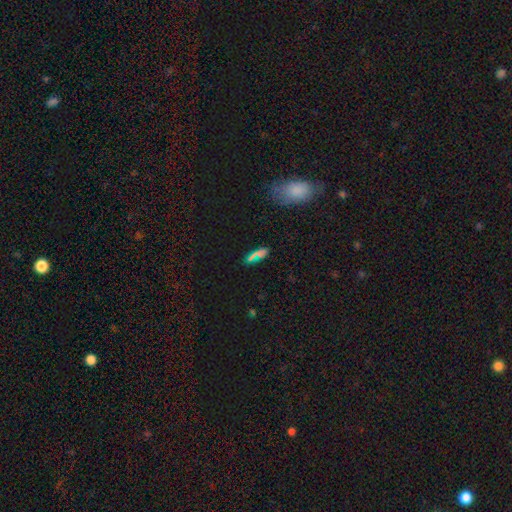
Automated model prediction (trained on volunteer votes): A smooth galaxy with no disk features (52%) that is in between round and cigar-shaped (58%).

Vote fractions:
- Smooth or featured? smooth: 52% / star or artifact: 37% / featured or disk: 11%
- How rounded? in between: 58% / cigar-shaped: 29% / round: 13%
- Merging? none: 74% / minor disturbance: 13% / major disturbance: 6% / merger: 6%